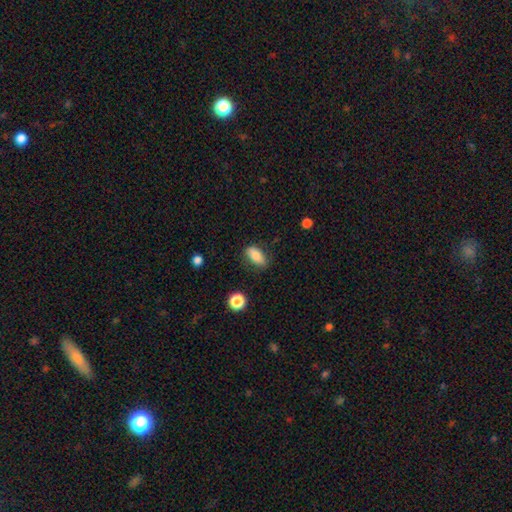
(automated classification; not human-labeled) A smooth galaxy with no disk features (81%) that is in between round and cigar-shaped (84%). Merging: none (78%).